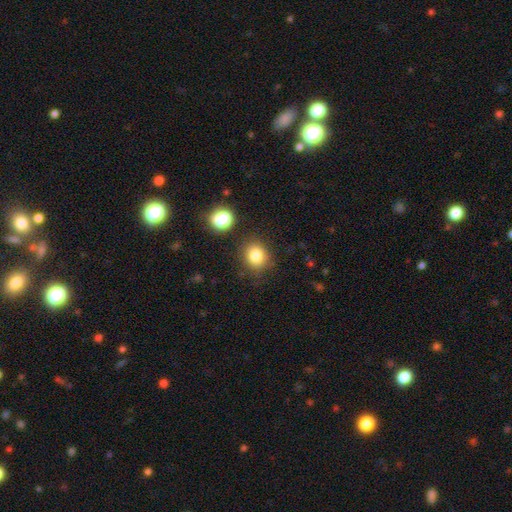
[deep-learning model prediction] Smooth or featured? Predicted: smooth (p=0.81). How rounded? Predicted: round (p=0.74). Merging? Predicted: none (p=0.82).